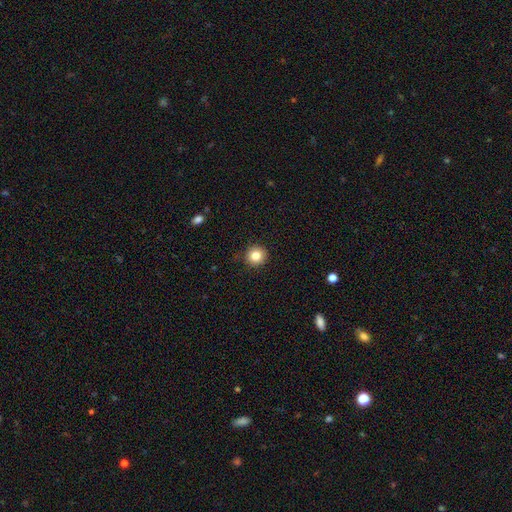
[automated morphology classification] Overall: smooth (83%). How rounded: round (94%). Merging: none (90%).